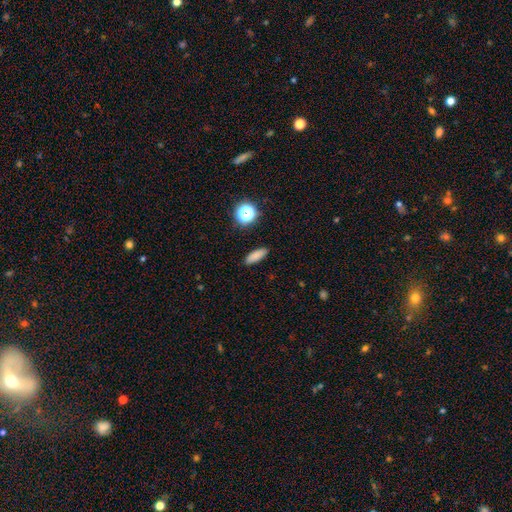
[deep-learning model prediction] The model was most divided on "how rounded": in between: 62%, cigar-shaped: 33%, round: 5%. More confident: merging — none (89%); smooth or featured — smooth (82%).